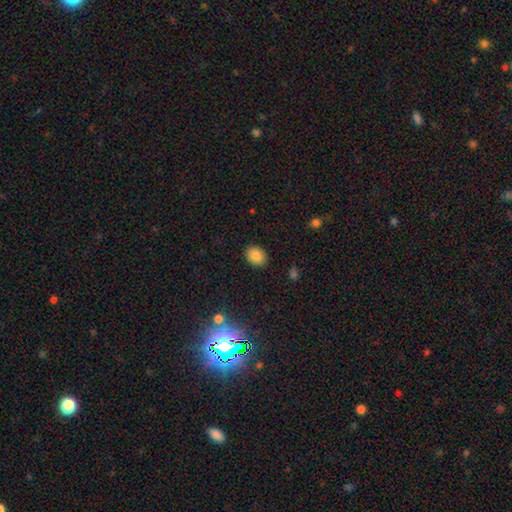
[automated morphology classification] Smooth or featured? smooth (84%)
How rounded? in between (60%)
Merging? none (88%)